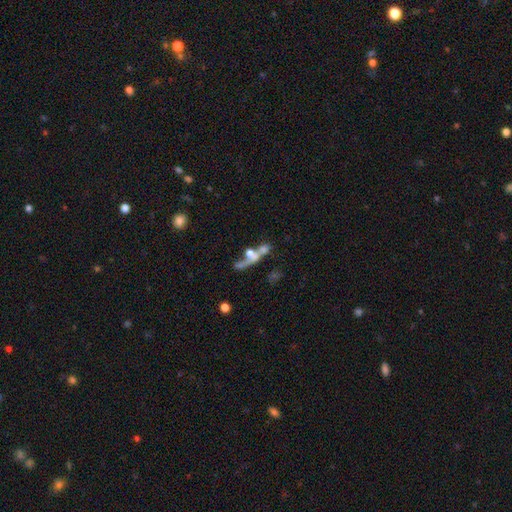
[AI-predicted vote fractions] Smooth or featured? Predicted: featured or disk (p=0.46). Merging? Predicted: merger (p=0.51).